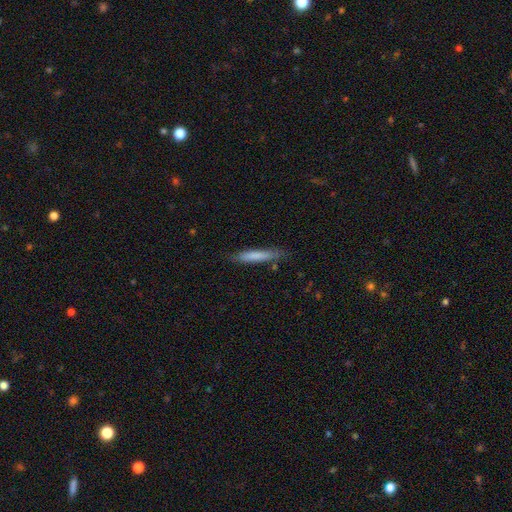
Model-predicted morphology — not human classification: smooth-or-featured: smooth: 75% | featured or disk: 19% | star or artifact: 6%
  how-rounded: cigar-shaped: 92% | in between: 7% | round: 1%
  merging: none: 78% | minor disturbance: 17% | major disturbance: 3% | merger: 2%